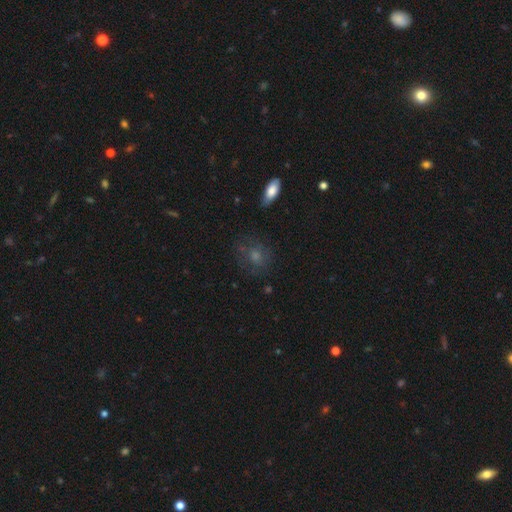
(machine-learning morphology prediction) smooth_or_featured: smooth (p=0.47) [alt: featured or disk p=0.28]
merging: none (p=0.74) [alt: minor disturbance p=0.16]